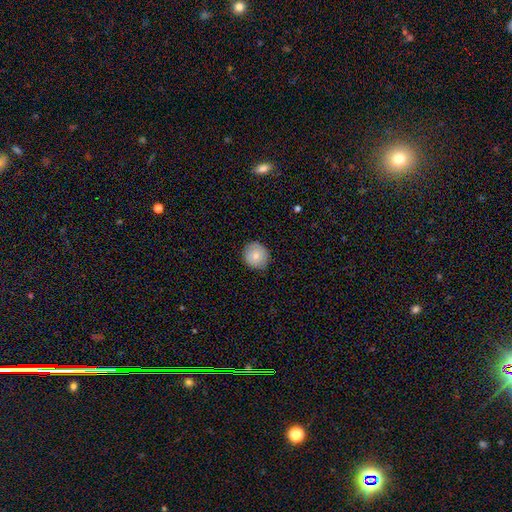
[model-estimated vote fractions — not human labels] smooth 79%, featured or disk 14%, star or artifact 7%. Down the decision tree: how rounded — round (88%); merging — none (84%).